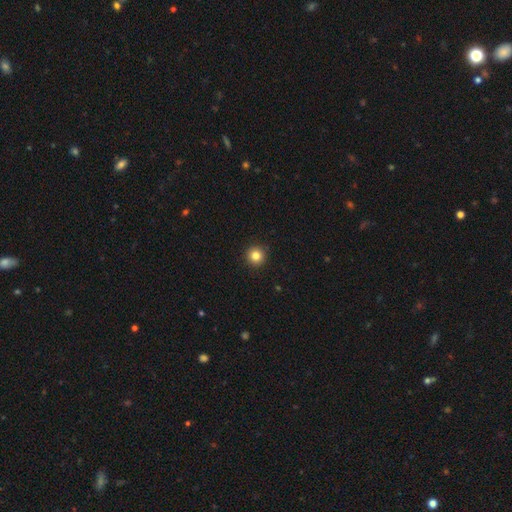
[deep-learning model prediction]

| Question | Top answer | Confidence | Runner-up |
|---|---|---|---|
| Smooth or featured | smooth | 84% | star or artifact (11%) |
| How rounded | round | 96% | in between (3%) |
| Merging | none | 93% | minor disturbance (4%) |